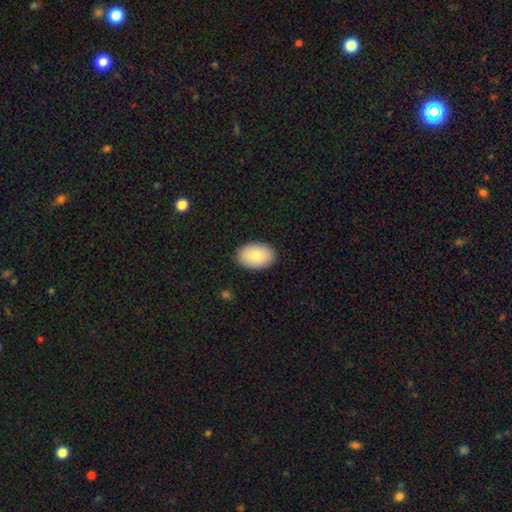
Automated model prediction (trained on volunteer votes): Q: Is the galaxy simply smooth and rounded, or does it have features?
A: smooth — 84%.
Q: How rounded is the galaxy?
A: in between — 90%.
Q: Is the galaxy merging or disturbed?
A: none — 89%.